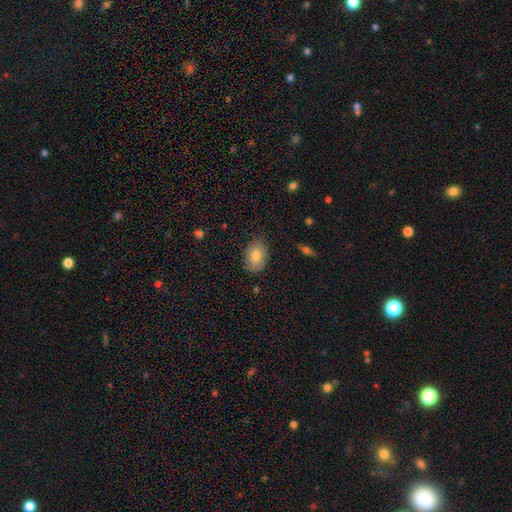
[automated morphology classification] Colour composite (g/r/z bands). It shows a smooth galaxy with no disk features (79%) that is in between round and cigar-shaped (80%). Merging: none (80%).